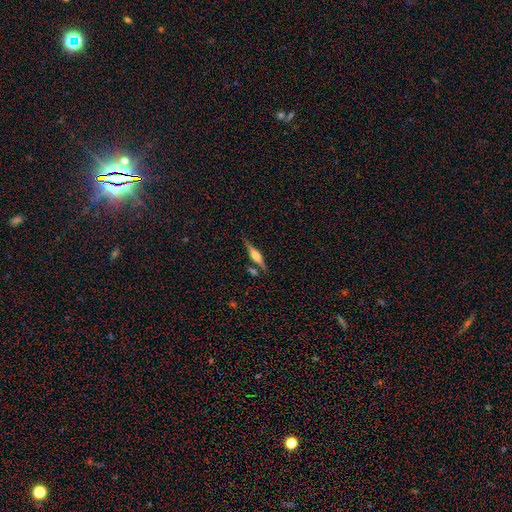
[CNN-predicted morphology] Smooth or featured: featured or disk — 71% (smooth — 23%)
Edge-on disk: yes — 97% (no — 3%)
Edge-on bulge: rounded — 90% (boxy — 7%)
Merging: none — 79% (minor disturbance — 11%)